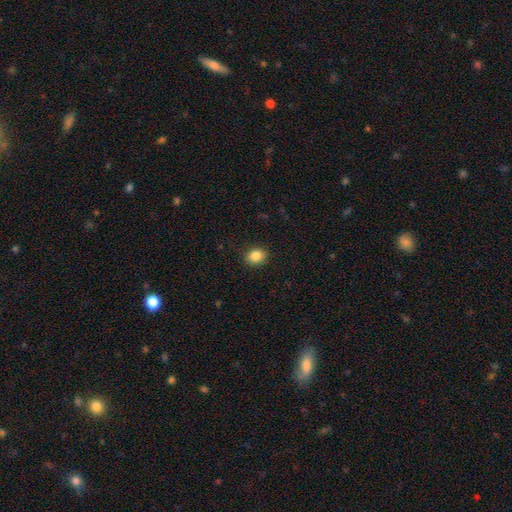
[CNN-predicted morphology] The model was most divided on "how rounded": round: 50%, in between: 49%, cigar-shaped: 1%. More confident: merging — none (88%); smooth or featured — smooth (86%).